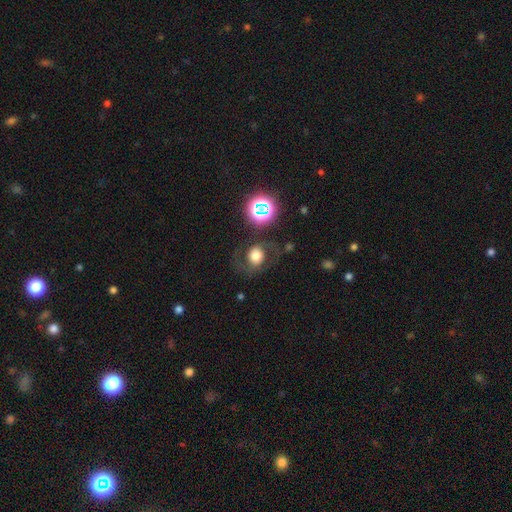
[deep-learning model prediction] Morphology: type=smooth (50%); roundness=round (69%); merging=none (63%).